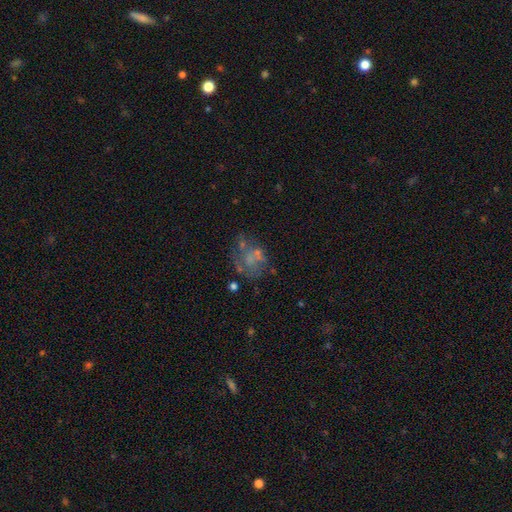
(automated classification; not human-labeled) Smooth or featured?
  - featured or disk: 53% *
  - smooth: 30%
  - star or artifact: 17%
Edge-on disk?
  - no: 98% *
  - yes: 2%
Bar?
  - no: 90% *
  - weak: 8%
  - strong: 2%
Spiral arms?
  - no: 80% *
  - yes: 20%
Bulge size?
  - none: 65% *
  - small: 21%
  - moderate: 11%
  - large: 2%
  - dominant: 1%
Merging?
  - none: 42% *
  - major disturbance: 26%
  - minor disturbance: 19%
  - merger: 13%